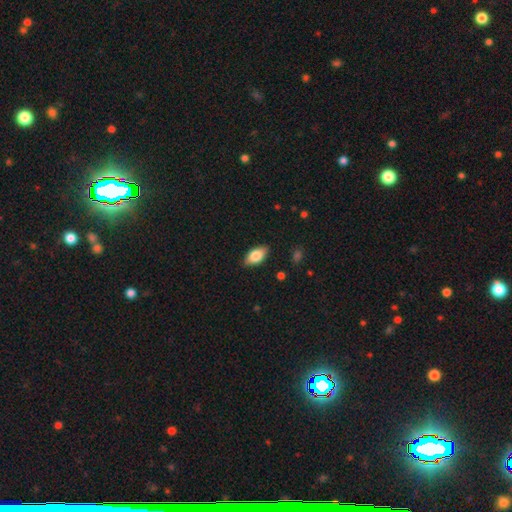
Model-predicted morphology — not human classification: A smooth galaxy with no disk features (80%) that is in between round and cigar-shaped (91%). Merging: none (86%).